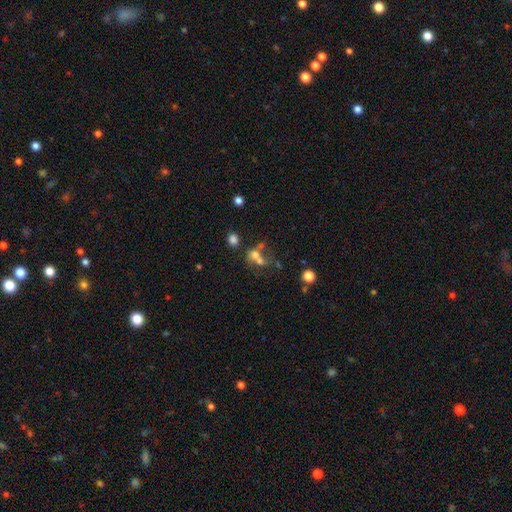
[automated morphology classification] The model was most divided on "how rounded": round: 55%, in between: 43%, cigar-shaped: 2%. More confident: smooth or featured — smooth (58%); merging — merger (54%).